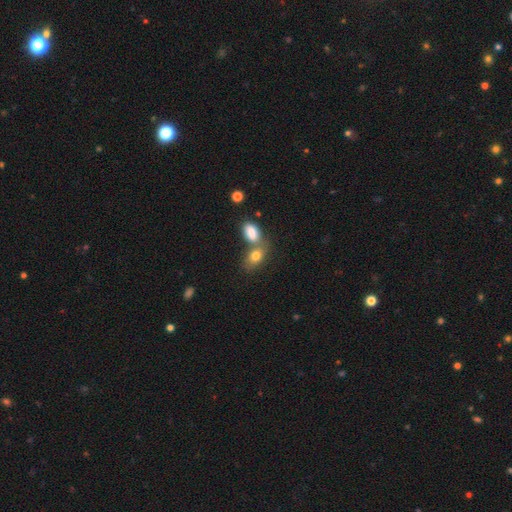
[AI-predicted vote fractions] This appears to be a smooth galaxy with no disk features (80%) that is in between round and cigar-shaped (83%). Merging: merger (52%).